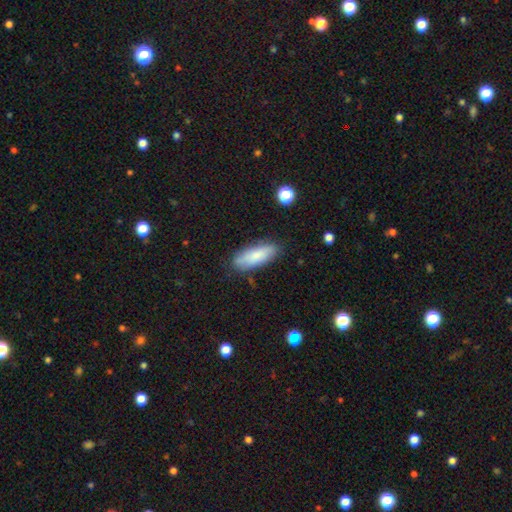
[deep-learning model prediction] Smooth or featured: smooth — 80% (featured or disk — 14%)
How rounded: in between — 68% (cigar-shaped — 30%)
Merging: none — 80% (minor disturbance — 15%)